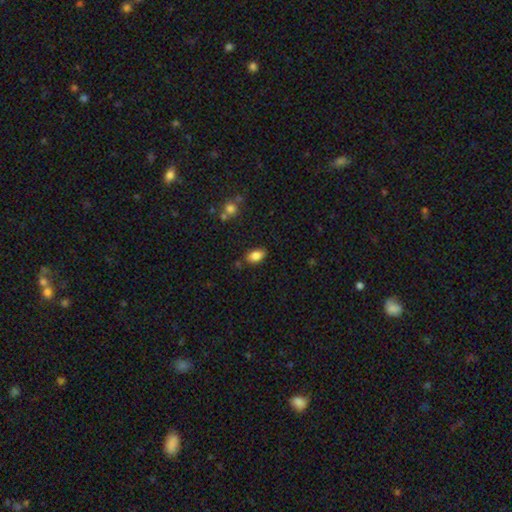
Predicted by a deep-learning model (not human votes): A smooth galaxy with no disk features (84%) that is in between round and cigar-shaped (90%). Merging: none (81%).